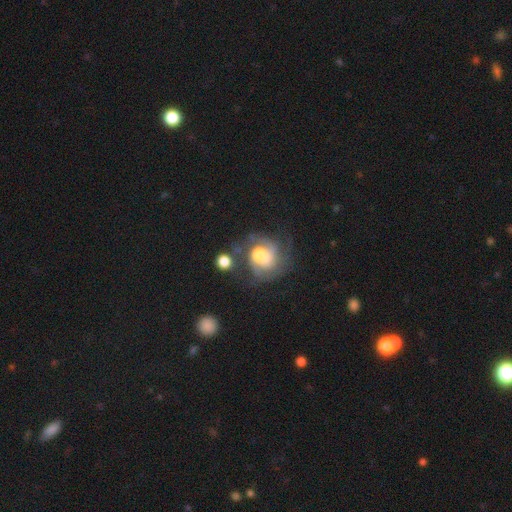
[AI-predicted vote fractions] This appears to be a featured or disk galaxy (71%) with no bar (49%), 2 (46%) tight (46%) spiral arms (91%) and a moderate central bulge (64%). Merging: none (66%).